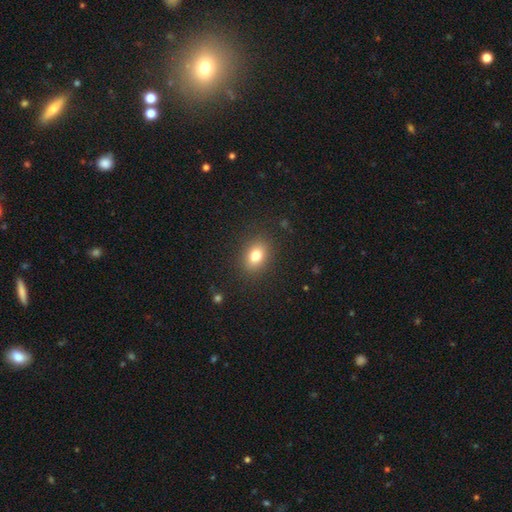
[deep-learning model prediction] smooth_or_featured: smooth (p=0.80) [alt: star or artifact p=0.11]
how_rounded: in between (p=0.70) [alt: round p=0.28]
merging: none (p=0.87) [alt: minor disturbance p=0.09]